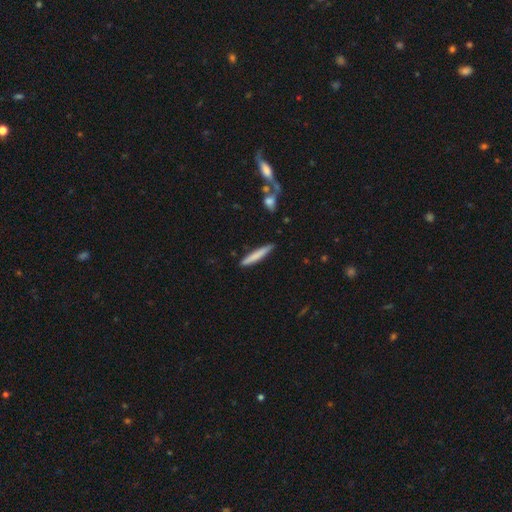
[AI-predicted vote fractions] This is likely a smooth galaxy (76%). How rounded: clearly cigar-shaped (94%). Merging: clearly none (86%).